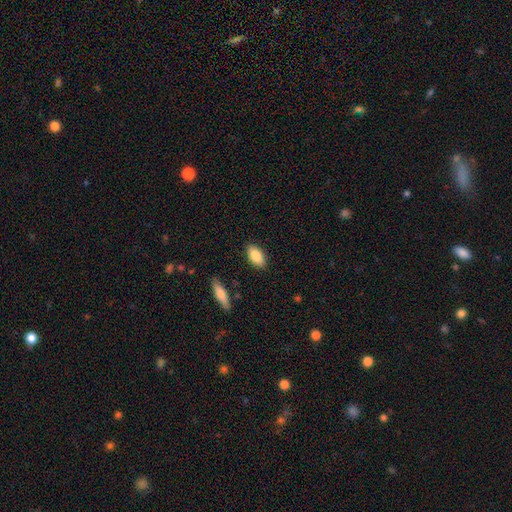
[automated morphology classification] This appears to be a smooth galaxy with no disk features (85%) that is in between round and cigar-shaped (90%). Merging: none (87%).